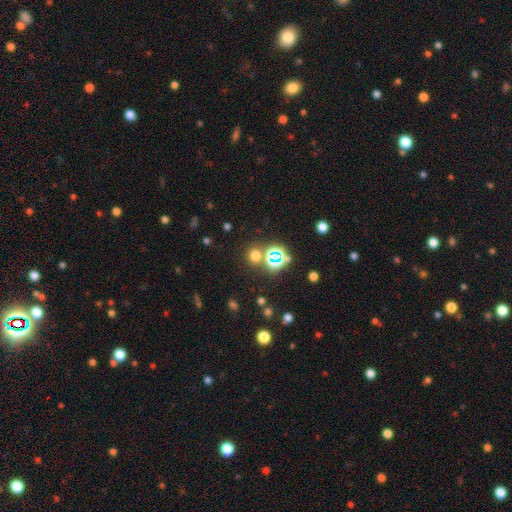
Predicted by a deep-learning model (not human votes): Smooth or featured?
  - smooth: 56% *
  - star or artifact: 37%
  - featured or disk: 7%
How rounded?
  - round: 85% *
  - in between: 14%
  - cigar-shaped: 1%
Merging?
  - none: 76% *
  - merger: 13%
  - minor disturbance: 8%
  - major disturbance: 4%